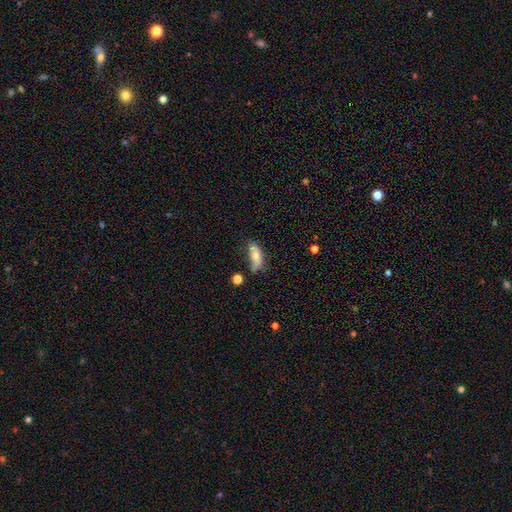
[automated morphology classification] smooth 68%, featured or disk 24%, star or artifact 7%. Down the decision tree: how rounded — in between (74%); merging — none (44%).